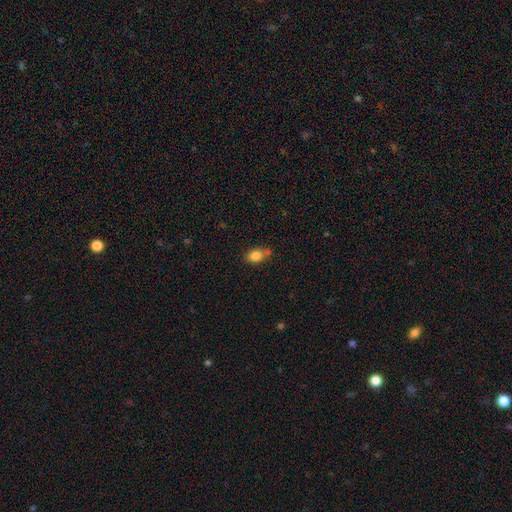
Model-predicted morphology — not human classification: This is clearly a smooth galaxy (84%). How rounded: likely in between (76%). Merging: likely none (63%).